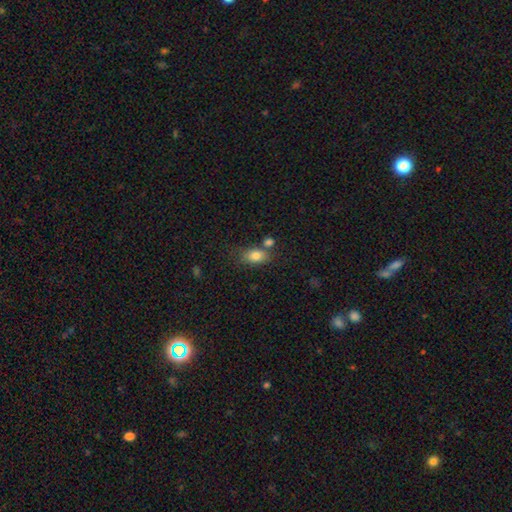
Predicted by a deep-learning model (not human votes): Q: Smooth or featured?
A: smooth (82%); runner-up: star or artifact (9%)
Q: How rounded?
A: in between (84%); runner-up: round (14%)
Q: Merging?
A: none (62%); runner-up: merger (18%)